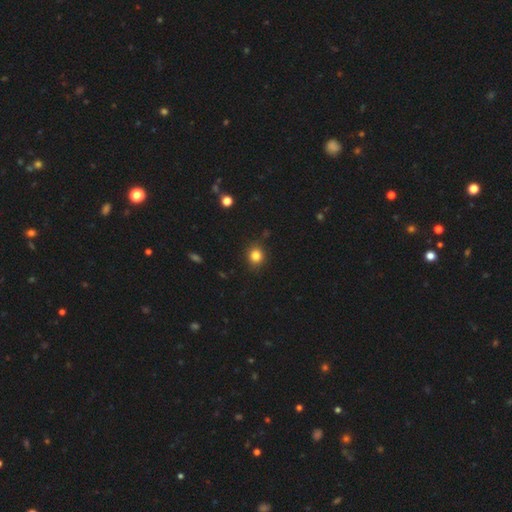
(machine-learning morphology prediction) Smooth or featured? smooth (83%)
How rounded? round (81%)
Merging? none (88%)